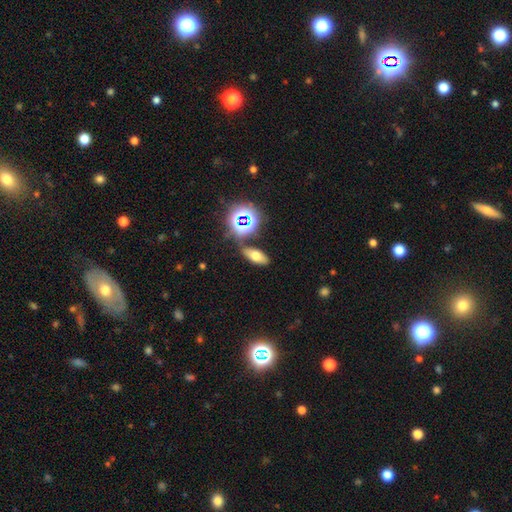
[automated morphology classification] This is possibly a smooth galaxy (59%). How rounded: likely in between (77%). Merging: likely none (77%).